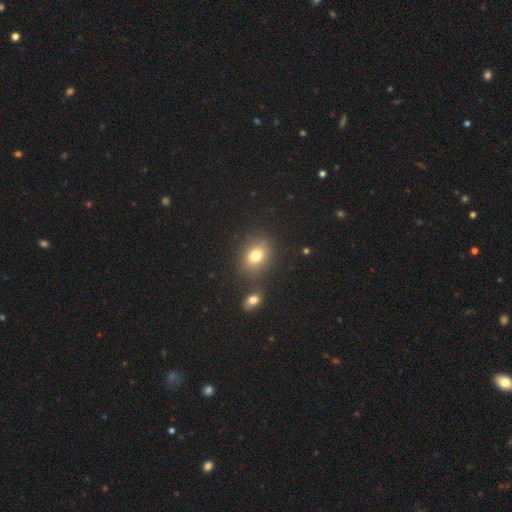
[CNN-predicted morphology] Smooth or featured? smooth (77%)
How rounded? round (51%)
Merging? none (74%)